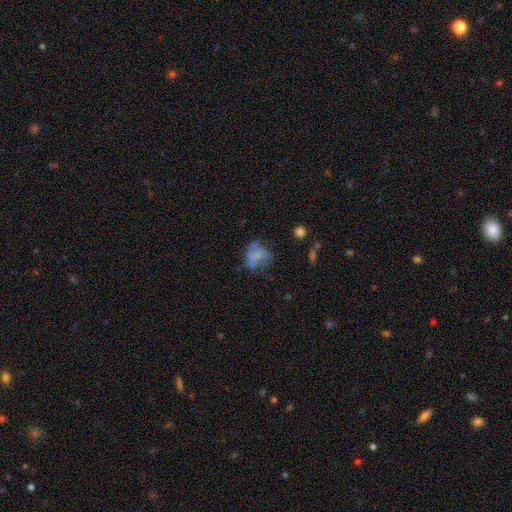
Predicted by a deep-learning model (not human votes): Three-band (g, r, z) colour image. It shows a smooth galaxy with no disk features (46%). Merging: none (44%).